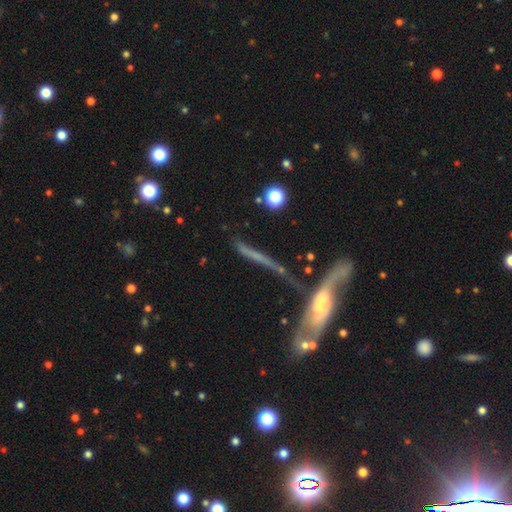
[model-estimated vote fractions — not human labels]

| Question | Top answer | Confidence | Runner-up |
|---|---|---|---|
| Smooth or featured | featured or disk | 53% | smooth (33%) |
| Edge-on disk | yes | 66% | no (34%) |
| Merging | none | 47% | merger (21%) |